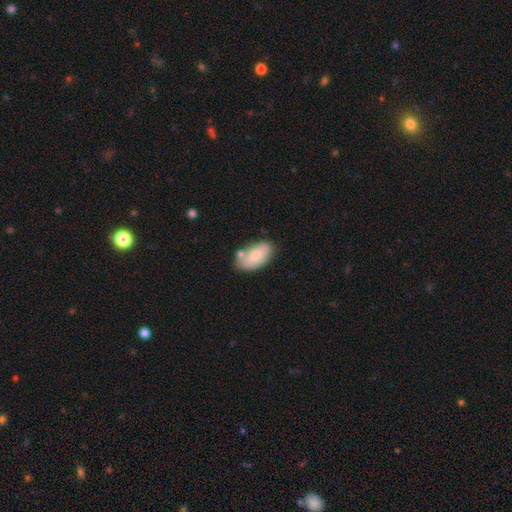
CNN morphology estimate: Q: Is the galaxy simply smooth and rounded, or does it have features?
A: smooth — 76%.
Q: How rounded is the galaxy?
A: in between — 93%.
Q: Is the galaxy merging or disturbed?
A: none — 67%.